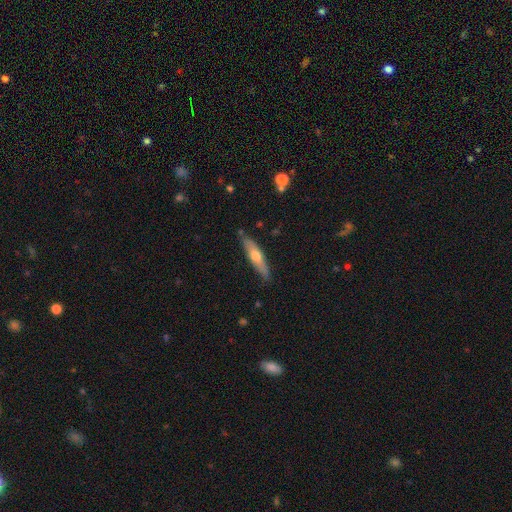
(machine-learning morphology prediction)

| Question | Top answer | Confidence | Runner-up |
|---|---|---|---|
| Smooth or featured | smooth | 50% | featured or disk (45%) |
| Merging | none | 80% | minor disturbance (15%) |